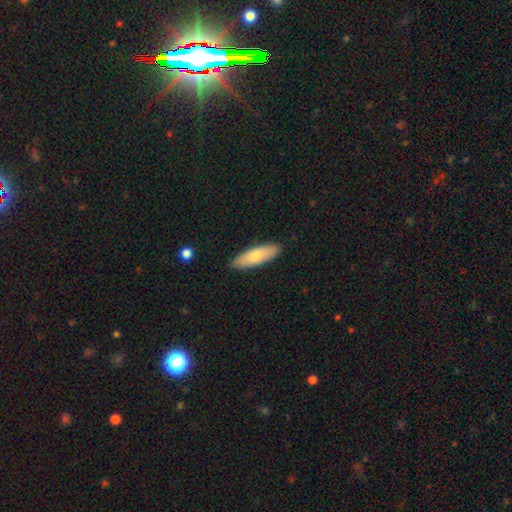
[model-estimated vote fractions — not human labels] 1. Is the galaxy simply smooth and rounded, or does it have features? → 68% smooth, 26% featured or disk, 6% star or artifact.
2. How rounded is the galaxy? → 55% cigar-shaped, 43% in between, 2% round.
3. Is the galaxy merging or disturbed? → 90% none, 8% minor disturbance, 2% major disturbance, 1% merger.